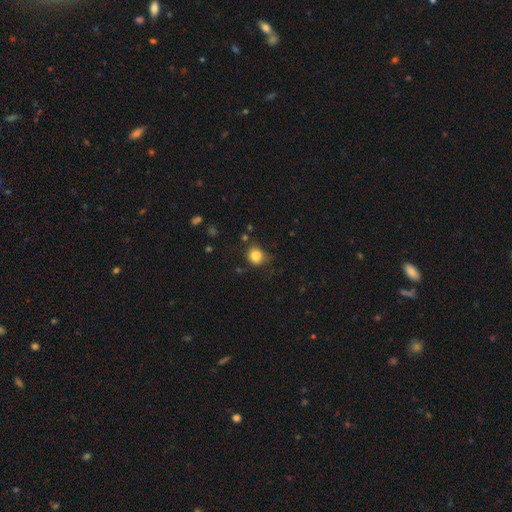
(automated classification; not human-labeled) Morphology: type=smooth (83%); roundness=round (75%); merging=none (67%).